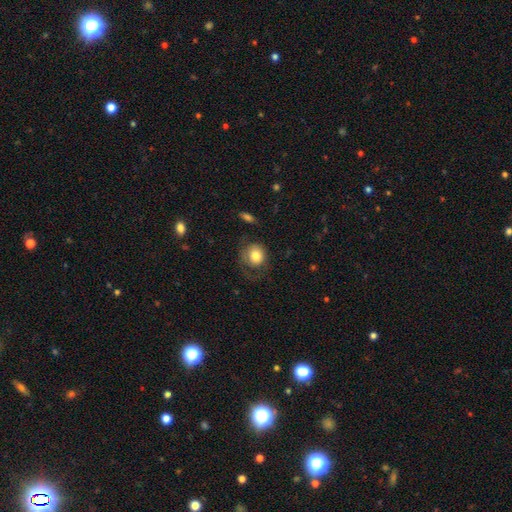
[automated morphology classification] smooth 76%, featured or disk 17%, star or artifact 8%. Down the decision tree: how rounded — round (73%); merging — none (49%).